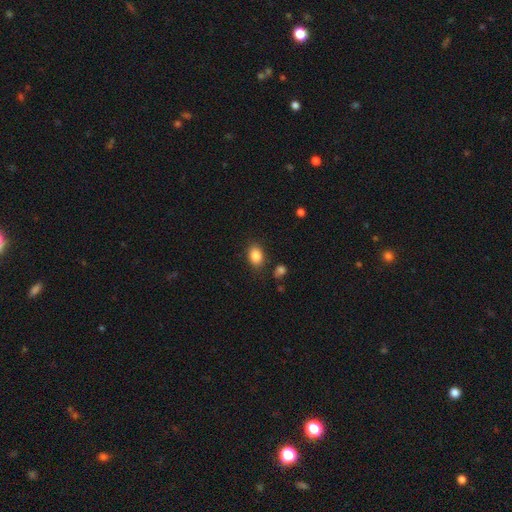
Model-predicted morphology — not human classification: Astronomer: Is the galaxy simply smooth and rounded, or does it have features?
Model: smooth — 85%.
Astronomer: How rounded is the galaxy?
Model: in between — 77%.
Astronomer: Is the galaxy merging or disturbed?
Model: none — 82%.